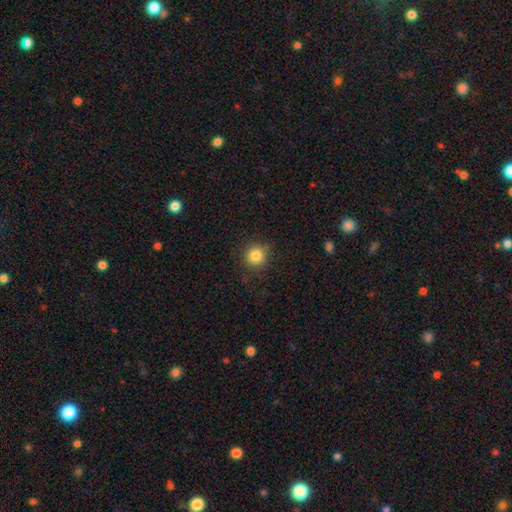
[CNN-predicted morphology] smooth_or_featured: smooth (p=0.84) [alt: star or artifact p=0.11]
how_rounded: round (p=0.93) [alt: in between p=0.06]
merging: none (p=0.86) [alt: minor disturbance p=0.10]